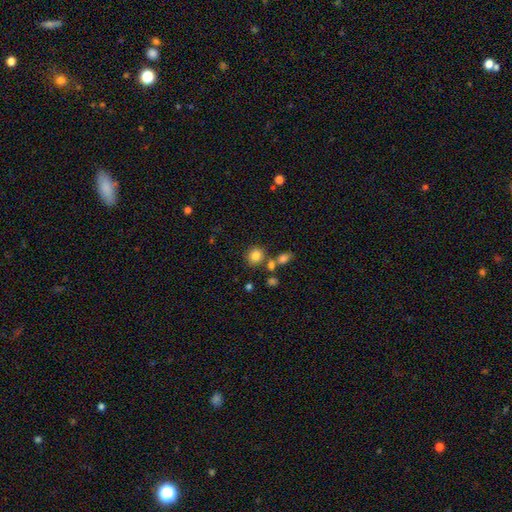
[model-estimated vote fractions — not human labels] Smooth or featured: smooth — 82% (star or artifact — 11%)
How rounded: round — 82% (in between — 17%)
Merging: none — 72% (merger — 14%)